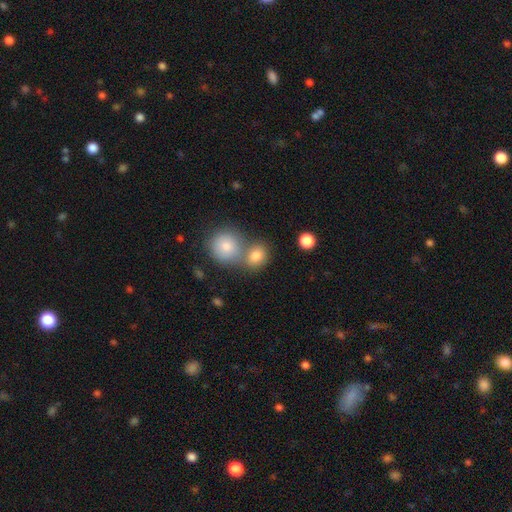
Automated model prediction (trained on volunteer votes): smooth 82%, star or artifact 10%, featured or disk 8%. Down the decision tree: how rounded — round (67%); merging — merger (45%).